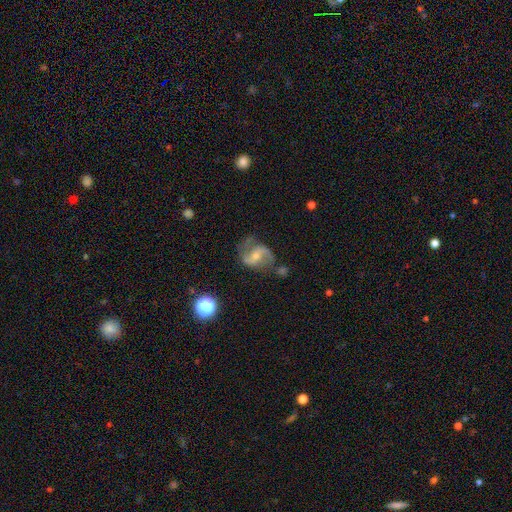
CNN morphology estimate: A featured or disk galaxy (83%) with a weak bar (43%), 2 (91%) loose (51%) spiral arms (95%) and a small central bulge (51%).

Vote fractions:
- Smooth or featured? featured or disk: 83% / smooth: 10% / star or artifact: 7%
- Edge-on disk? no: 98% / yes: 2%
- Bar? weak: 43% / no: 34% / strong: 22%
- Spiral arms? yes: 95% / no: 5%
- Spiral winding? loose: 51% / medium: 40% / tight: 9%
- Spiral arm count? 2: 91% / can't tell: 3% / 1: 3% / 3: 2% / 4: 1% / more than 4: 1%
- Bulge size? small: 51% / moderate: 43% / none: 3% / large: 2% / dominant: 1%
- Merging? none: 63% / minor disturbance: 21% / major disturbance: 12% / merger: 5%